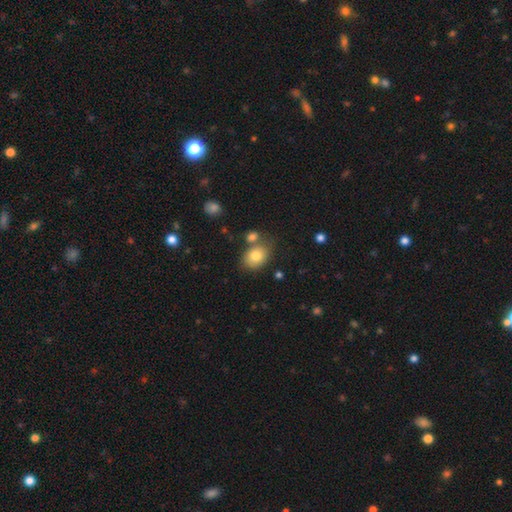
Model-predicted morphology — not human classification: smooth 80%, featured or disk 11%, star or artifact 9%. Down the decision tree: how rounded — in between (68%); merging — none (62%).